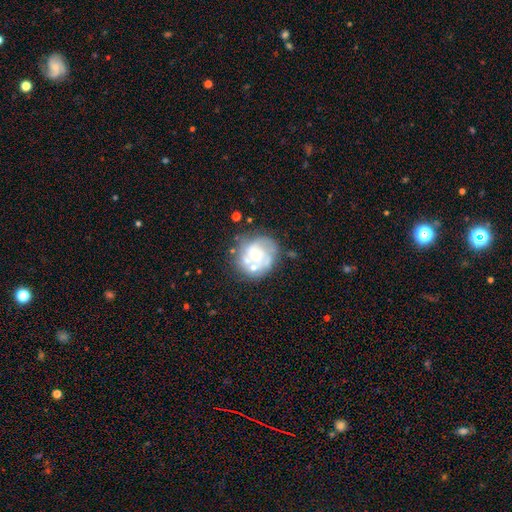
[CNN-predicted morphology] Smooth or featured?
  - featured or disk: 65% *
  - smooth: 27%
  - star or artifact: 8%
Edge-on disk?
  - no: 98% *
  - yes: 2%
Bar?
  - no: 81% *
  - weak: 16%
  - strong: 3%
Spiral arms?
  - yes: 55% *
  - no: 45%
Bulge size?
  - small: 51% *
  - moderate: 38%
  - none: 5%
  - large: 4%
  - dominant: 1%
Merging?
  - none: 54% *
  - minor disturbance: 19%
  - merger: 14%
  - major disturbance: 13%